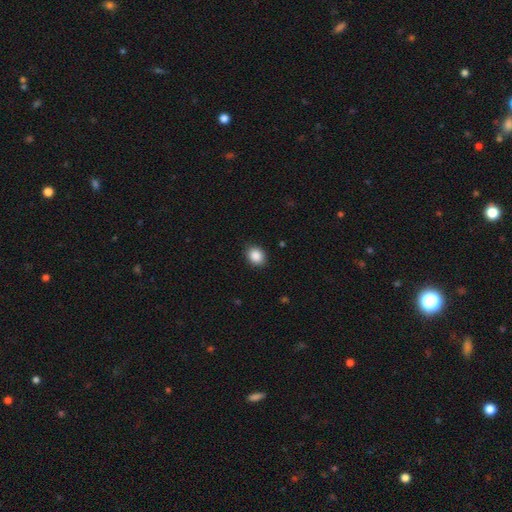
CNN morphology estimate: Overall: smooth (88%). How rounded: in between (52%; round 47%). Merging: none (86%).